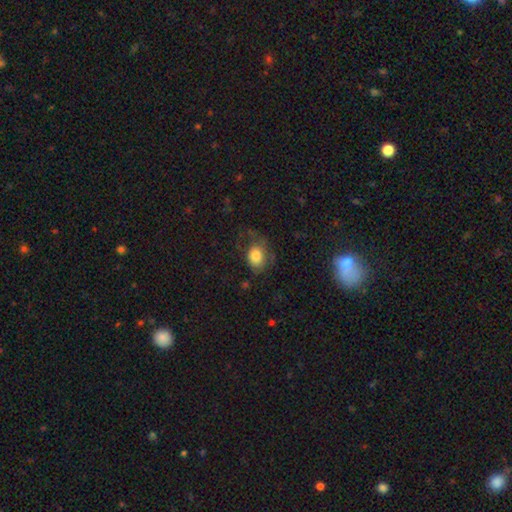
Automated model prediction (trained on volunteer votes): A smooth galaxy with no disk features (77%) that is in between round and cigar-shaped (61%). Merging: none (46%).